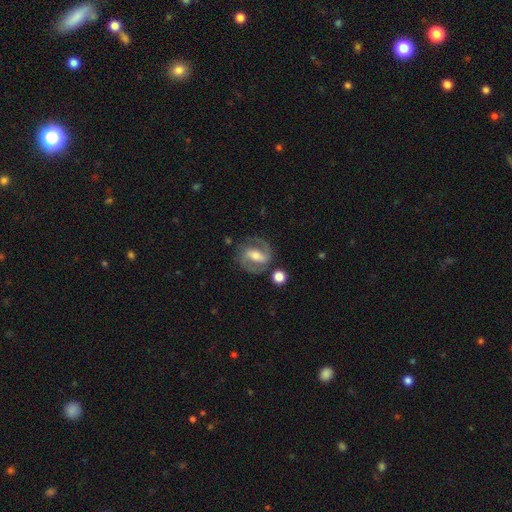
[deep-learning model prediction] Q: Smooth or featured?
A: featured or disk (82%); runner-up: smooth (12%)
Q: Edge-on disk?
A: no (97%); runner-up: yes (3%)
Q: Bar?
A: strong (51%); runner-up: weak (35%)
Q: Spiral arms?
A: yes (92%); runner-up: no (8%)
Q: Spiral winding?
A: medium (55%); runner-up: tight (30%)
Q: Spiral arm count?
A: 2 (89%); runner-up: can't tell (4%)
Q: Bulge size?
A: moderate (56%); runner-up: small (33%)
Q: Merging?
A: none (76%); runner-up: minor disturbance (14%)